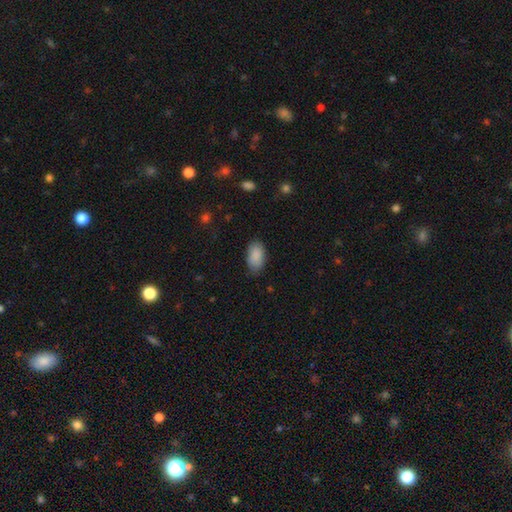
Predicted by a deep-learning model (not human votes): A smooth galaxy with no disk features (89%) that is in between round and cigar-shaped (94%). Merging: none (79%).